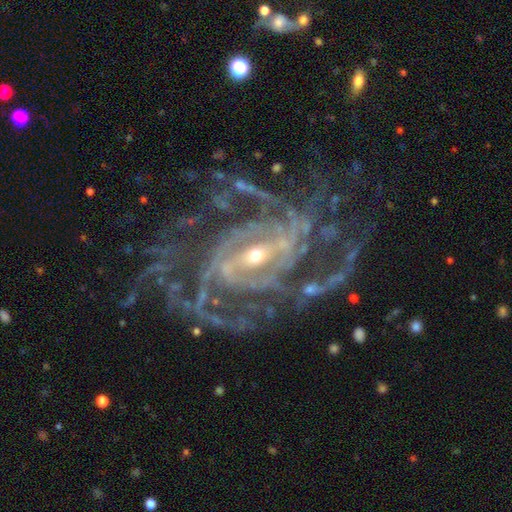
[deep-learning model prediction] A featured or disk galaxy (92%) with a weak bar (40%), 4 (23%) tight (48%) spiral arms (98%) and a small central bulge (64%).

Vote fractions:
- Smooth or featured? featured or disk: 92% / star or artifact: 5% / smooth: 2%
- Edge-on disk? no: 97% / yes: 3%
- Bar? weak: 40% / strong: 39% / no: 21%
- Spiral arms? yes: 98% / no: 2%
- Spiral winding? tight: 48% / medium: 42% / loose: 10%
- Spiral arm count? 4: 23% / can't tell: 19% / 3: 17% / 2: 17% / more than 4: 16% / 1: 9%
- Bulge size? small: 64% / moderate: 32% / large: 2% / none: 1% / dominant: 1%
- Merging? none: 64% / minor disturbance: 17% / major disturbance: 17% / merger: 2%